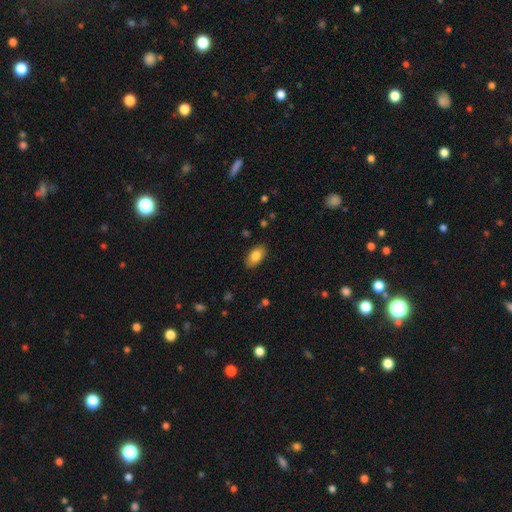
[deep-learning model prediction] Smooth or featured?
  - smooth: 82% *
  - featured or disk: 11%
  - star or artifact: 7%
How rounded?
  - in between: 93% *
  - round: 5%
  - cigar-shaped: 2%
Merging?
  - none: 86% *
  - minor disturbance: 10%
  - major disturbance: 2%
  - merger: 1%